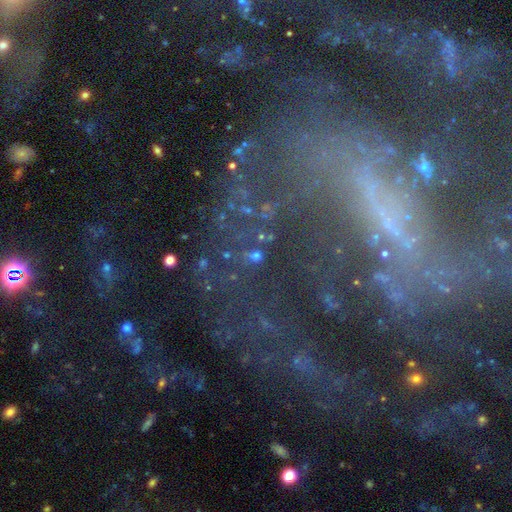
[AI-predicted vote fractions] Smooth or featured? Predicted: star or artifact (p=0.61).